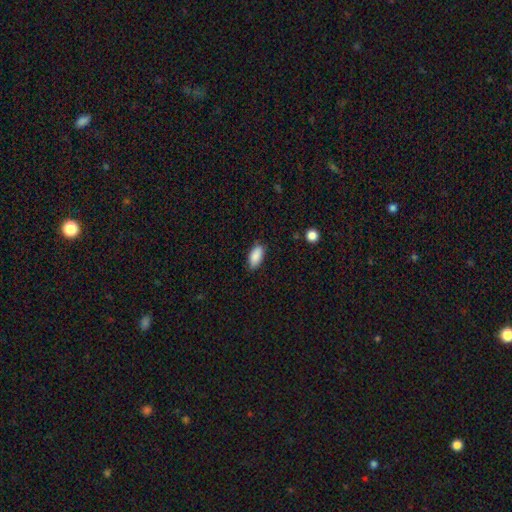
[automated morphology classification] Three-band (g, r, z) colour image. It shows a smooth galaxy with no disk features (89%) that is in between round and cigar-shaped (91%). Merging: none (82%).